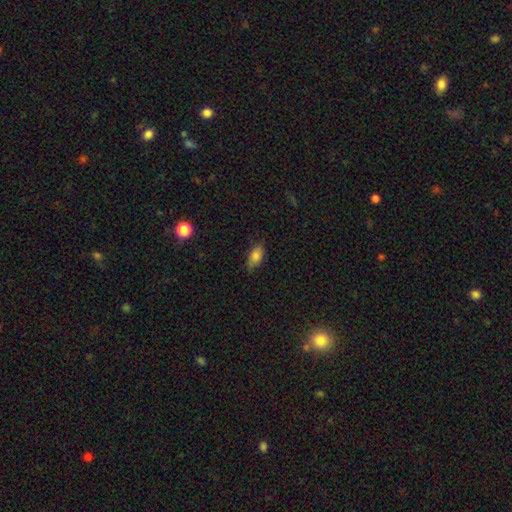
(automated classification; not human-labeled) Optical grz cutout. It shows a smooth galaxy with no disk features (83%) that is in between round and cigar-shaped (89%). Merging: none (72%).